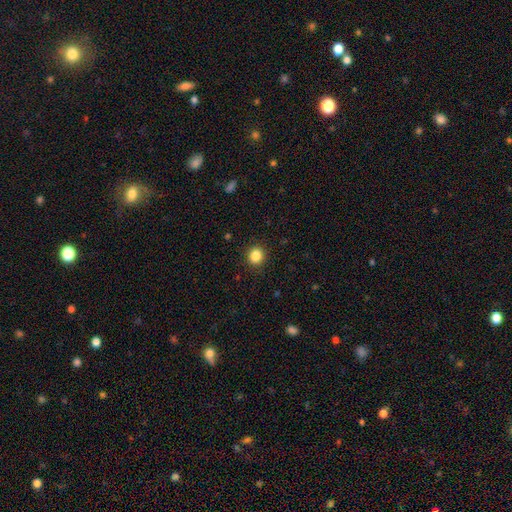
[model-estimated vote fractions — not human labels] Morphology: type=smooth (85%); roundness=round (87%); merging=none (91%).